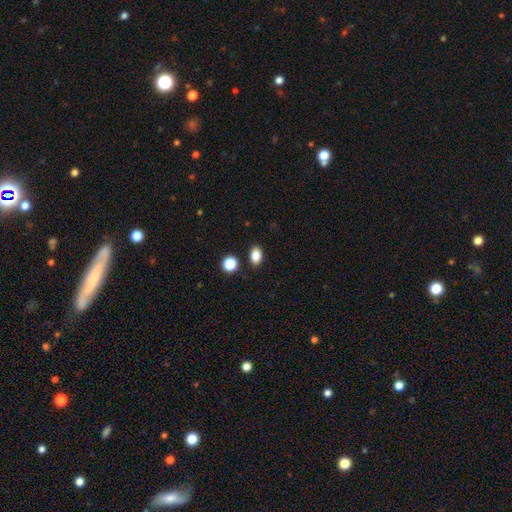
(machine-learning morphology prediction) The model was most divided on "how rounded": in between: 80%, round: 18%, cigar-shaped: 1%. More confident: merging — none (86%); smooth or featured — smooth (85%).